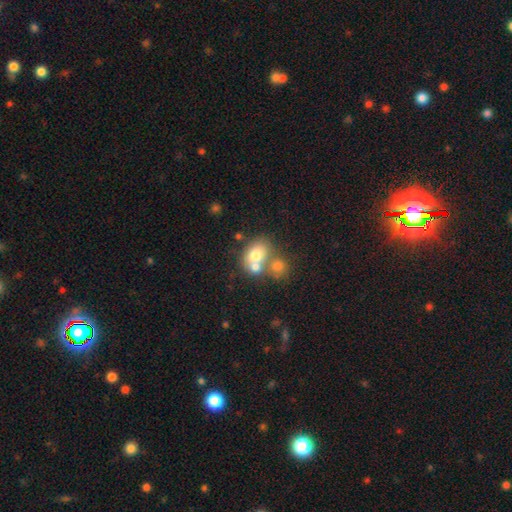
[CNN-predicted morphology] smooth 70%, featured or disk 19%, star or artifact 10%. Down the decision tree: how rounded — in between (54%); merging — merger (51%).